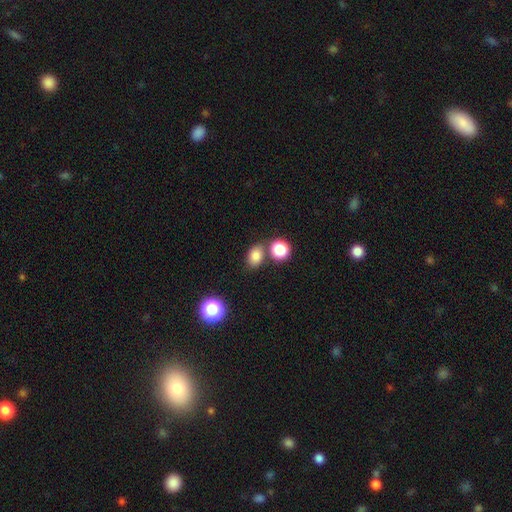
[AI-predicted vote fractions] Smooth or featured? Predicted: smooth (p=0.81). How rounded? Predicted: in between (p=0.65). Merging? Predicted: none (p=0.69).